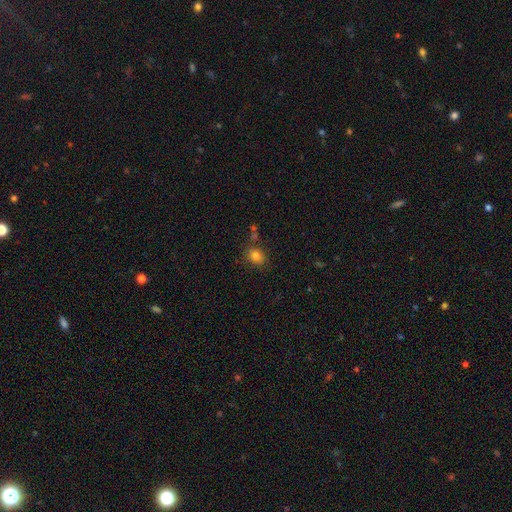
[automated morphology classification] Smooth or featured? Predicted: smooth (p=0.81). How rounded? Predicted: round (p=0.50). Merging? Predicted: none (p=0.75).